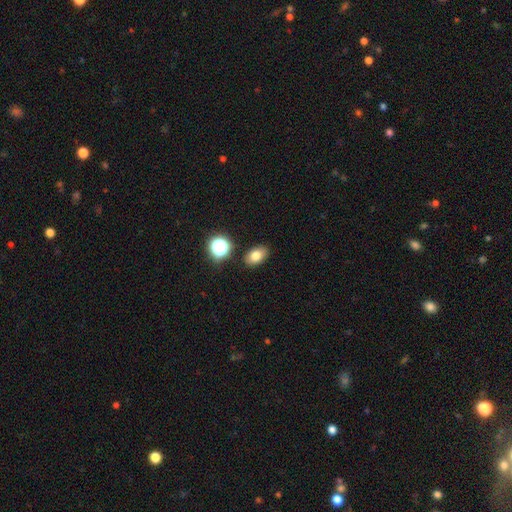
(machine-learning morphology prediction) This is likely a smooth galaxy (78%). How rounded: clearly in between (85%). Merging: clearly none (86%).